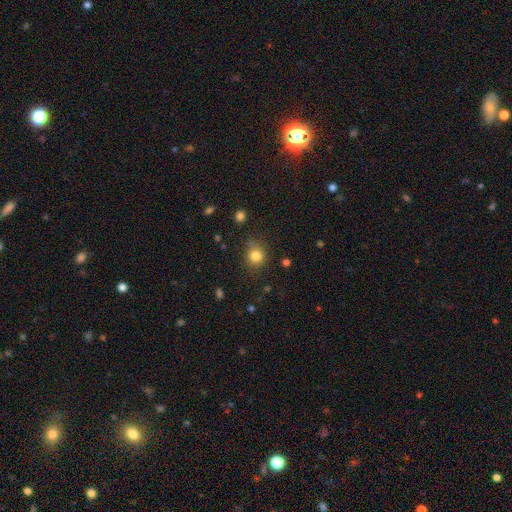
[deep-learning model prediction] Smooth or featured: smooth — 82% (star or artifact — 12%)
How rounded: round — 83% (in between — 17%)
Merging: none — 78% (minor disturbance — 14%)